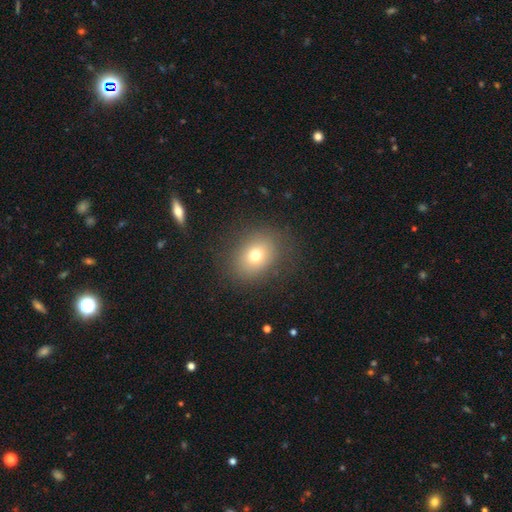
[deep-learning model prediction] Smooth or featured?
  - smooth: 72% *
  - star or artifact: 14%
  - featured or disk: 14%
How rounded?
  - round: 51% *
  - in between: 48%
  - cigar-shaped: 1%
Merging?
  - none: 83% *
  - minor disturbance: 10%
  - major disturbance: 6%
  - merger: 1%